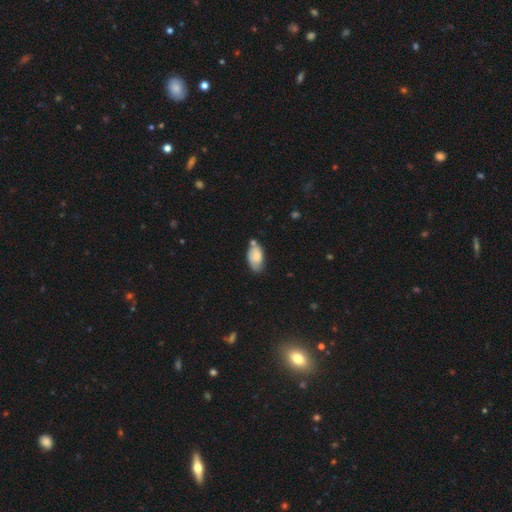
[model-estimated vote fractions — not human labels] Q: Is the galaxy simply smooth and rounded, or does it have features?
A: smooth — 71%.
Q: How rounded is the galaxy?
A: in between — 94%.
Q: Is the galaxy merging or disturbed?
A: none — 48%.